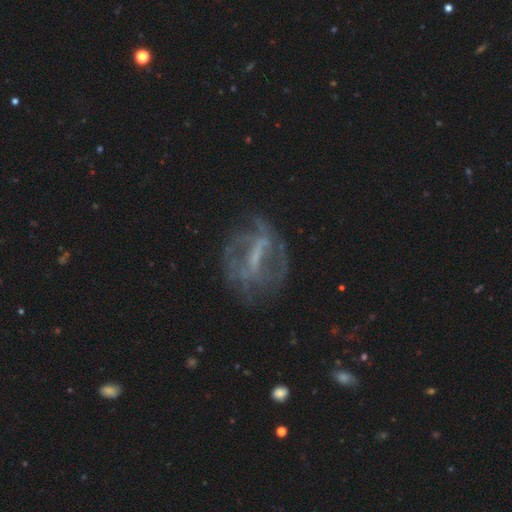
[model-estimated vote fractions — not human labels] Smooth or featured? Predicted: featured or disk (p=0.73). Edge-on disk? Predicted: no (p=0.91). Bar? Predicted: strong (p=0.51). Spiral arms? Predicted: yes (p=0.57). Bulge size? Predicted: none (p=0.39). Merging? Predicted: none (p=0.61).